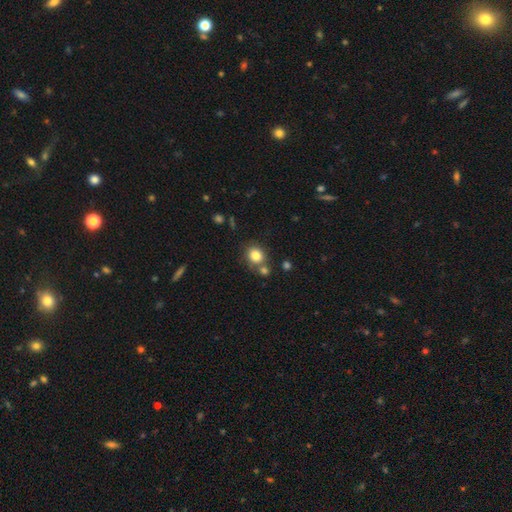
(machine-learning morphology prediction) The model was most divided on "merging": none: 66%, merger: 19%, minor disturbance: 12%, major disturbance: 4%. More confident: smooth or featured — smooth (82%); how rounded — round (74%).